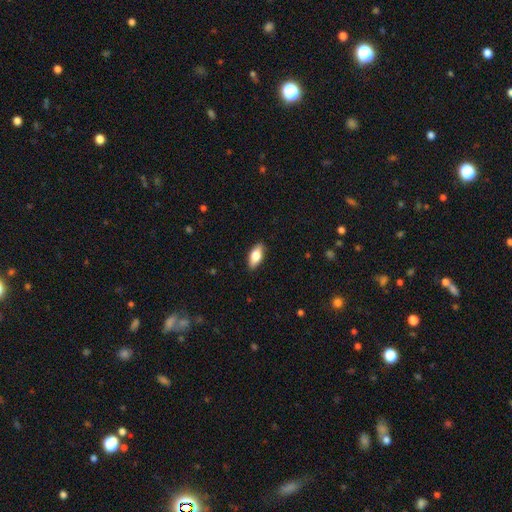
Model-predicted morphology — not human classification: A smooth galaxy with no disk features (76%) that is in between round and cigar-shaped (86%).

Vote fractions:
- Smooth or featured? smooth: 76% / featured or disk: 18% / star or artifact: 6%
- How rounded? in between: 86% / cigar-shaped: 11% / round: 3%
- Merging? none: 88% / minor disturbance: 9% / major disturbance: 2% / merger: 1%